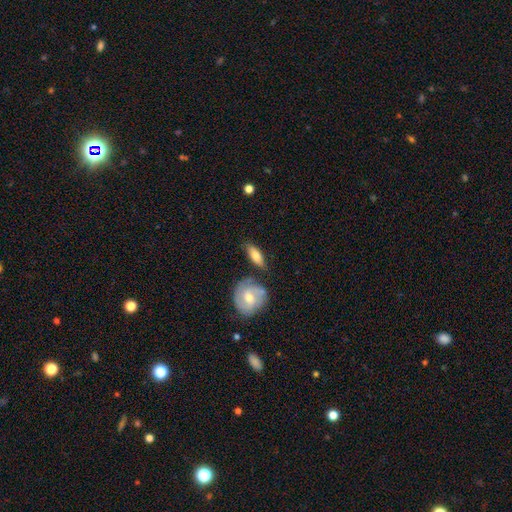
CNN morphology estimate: A smooth galaxy with no disk features (68%) that is in between round and cigar-shaped (69%). Merging: none (67%).